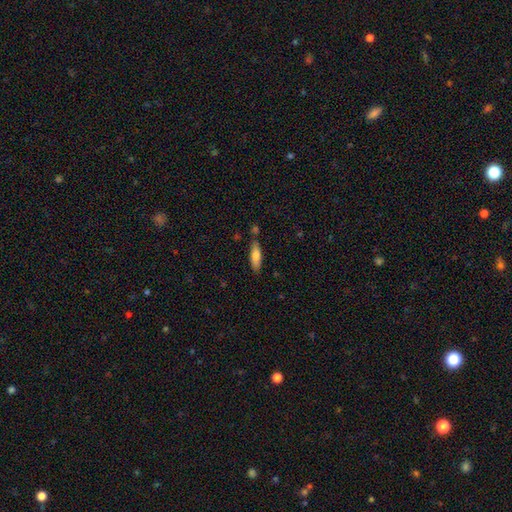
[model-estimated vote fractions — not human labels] Smooth or featured? smooth (77%)
How rounded? cigar-shaped (57%)
Merging? none (74%)